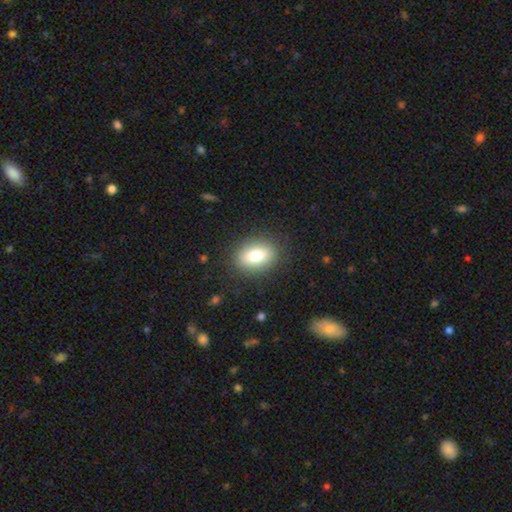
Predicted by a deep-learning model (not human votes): Smooth or featured? smooth (79%)
How rounded? in between (77%)
Merging? none (86%)